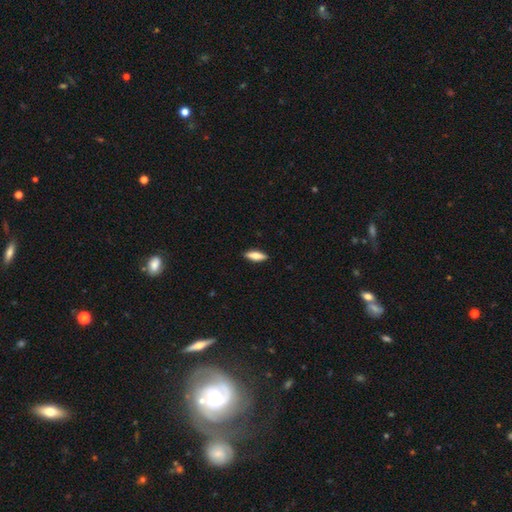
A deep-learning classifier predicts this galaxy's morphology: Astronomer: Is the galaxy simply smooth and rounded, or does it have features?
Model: smooth — 73%.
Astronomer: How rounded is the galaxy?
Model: in between — 51% (runner-up: cigar-shaped, 47%).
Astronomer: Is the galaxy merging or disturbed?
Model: none — 89%.